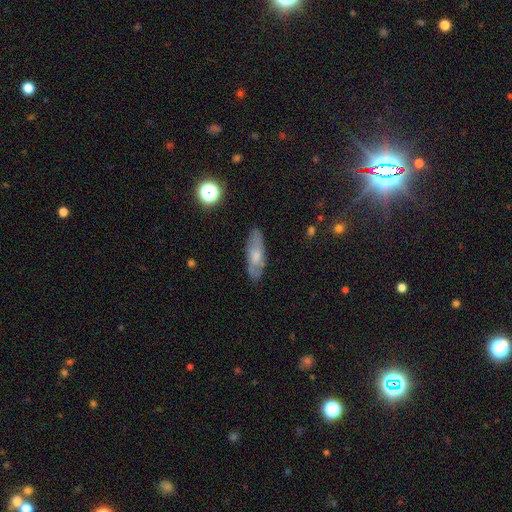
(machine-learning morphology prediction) This is possibly a smooth galaxy (51%). How rounded: possibly in between (59%). Merging: likely none (79%).